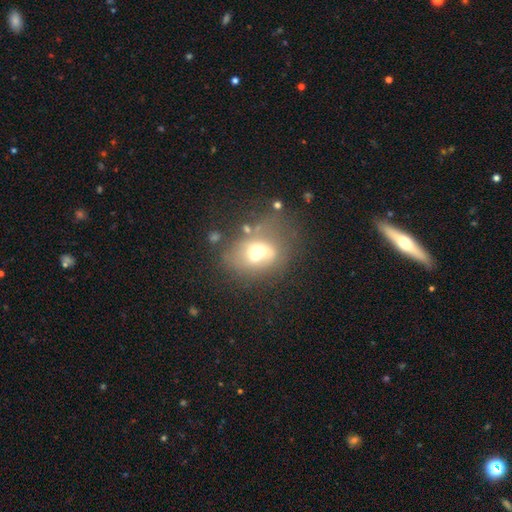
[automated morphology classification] Smooth or featured?
  - smooth: 51% *
  - featured or disk: 35%
  - star or artifact: 14%
How rounded?
  - in between: 57% *
  - round: 42%
  - cigar-shaped: 1%
Merging?
  - merger: 37% *
  - none: 30%
  - major disturbance: 17%
  - minor disturbance: 16%